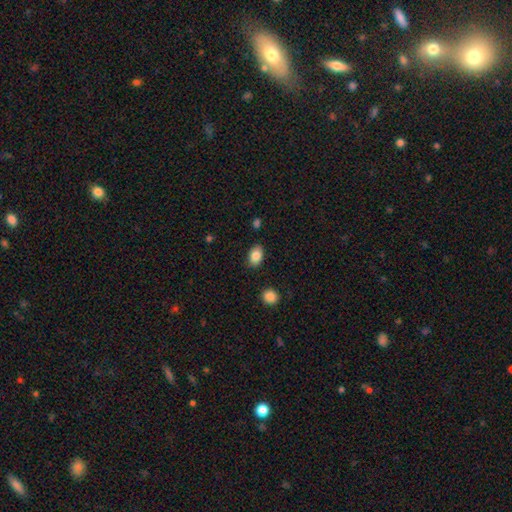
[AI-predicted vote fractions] smooth 85%, featured or disk 8%, star or artifact 8%. Down the decision tree: how rounded — in between (86%); merging — none (85%).